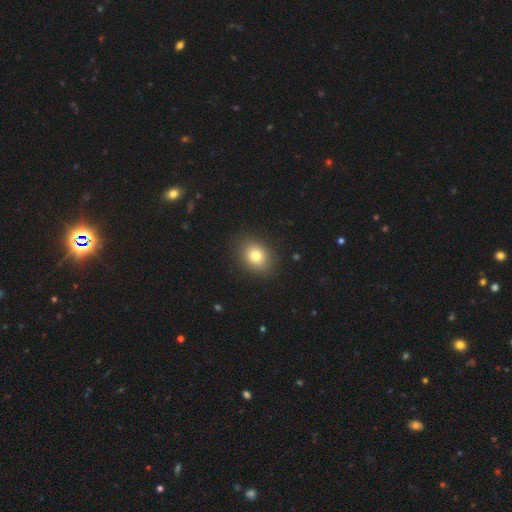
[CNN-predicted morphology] Smooth or featured? smooth (79%)
How rounded? in between (52%)
Merging? none (88%)